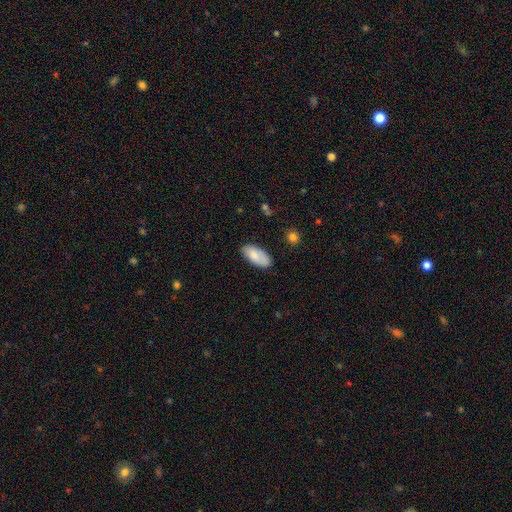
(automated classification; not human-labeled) A smooth galaxy with no disk features (82%) that is in between round and cigar-shaped (92%).

Vote fractions:
- Smooth or featured? smooth: 82% / featured or disk: 12% / star or artifact: 6%
- How rounded? in between: 92% / cigar-shaped: 6% / round: 2%
- Merging? none: 78% / minor disturbance: 17% / major disturbance: 3% / merger: 2%